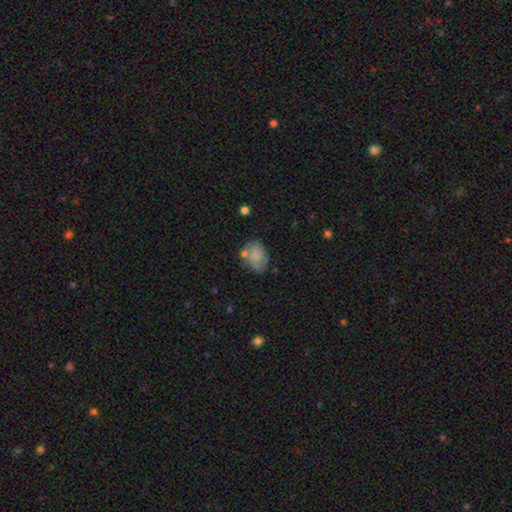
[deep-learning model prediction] Smooth or featured?
  - smooth: 71% *
  - featured or disk: 21%
  - star or artifact: 8%
How rounded?
  - in between: 64% *
  - round: 35%
  - cigar-shaped: 1%
Merging?
  - none: 53% *
  - minor disturbance: 24%
  - merger: 14%
  - major disturbance: 9%